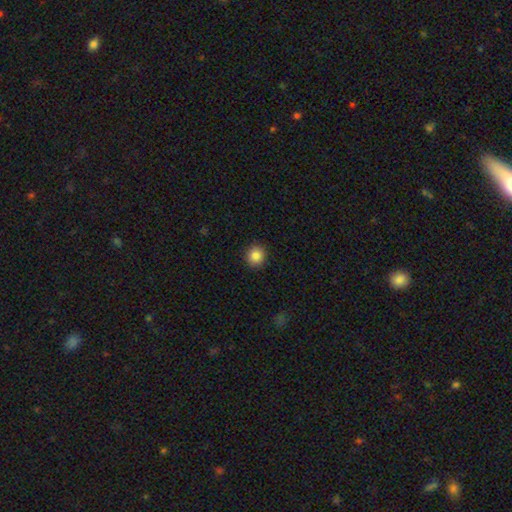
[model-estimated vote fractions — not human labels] This is clearly a smooth galaxy (85%). How rounded: clearly round (90%). Merging: clearly none (91%).